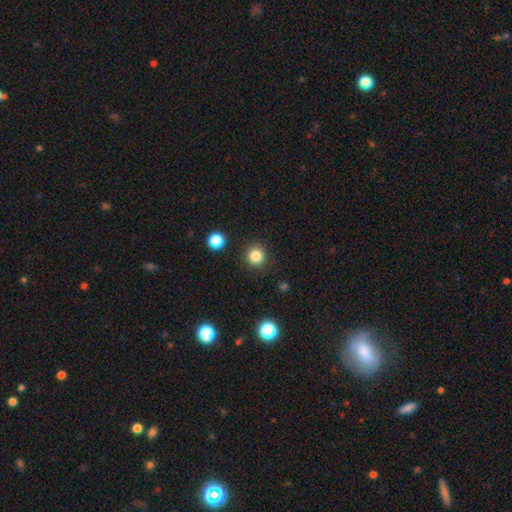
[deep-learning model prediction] smooth-or-featured: smooth: 83% | star or artifact: 12% | featured or disk: 4%
  how-rounded: round: 93% | in between: 6% | cigar-shaped: 1%
  merging: none: 90% | minor disturbance: 6% | major disturbance: 2% | merger: 2%